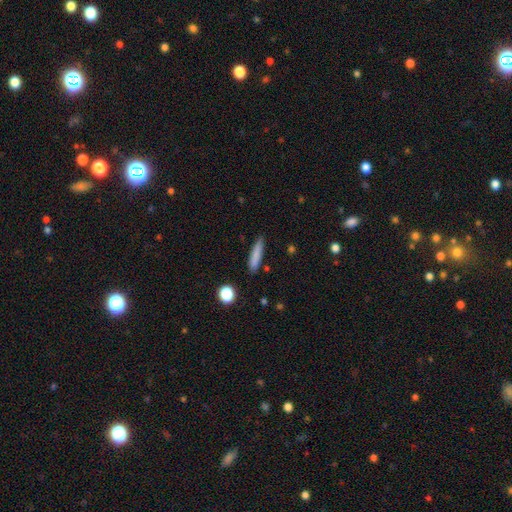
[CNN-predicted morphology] Overall: smooth (82%). How rounded: cigar-shaped (86%). Merging: none (85%).